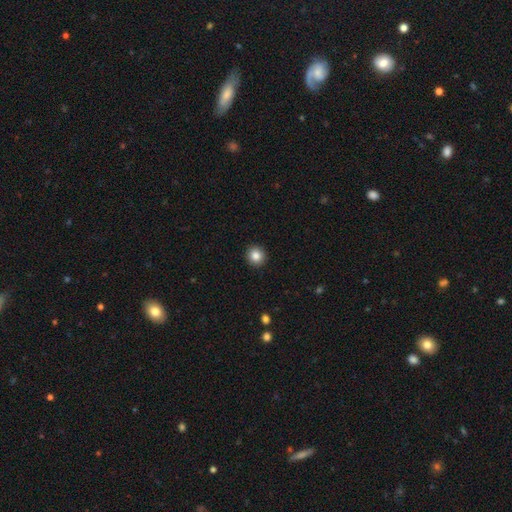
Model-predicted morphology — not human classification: A smooth galaxy with no disk features (85%) that is round (93%). Merging: none (93%).